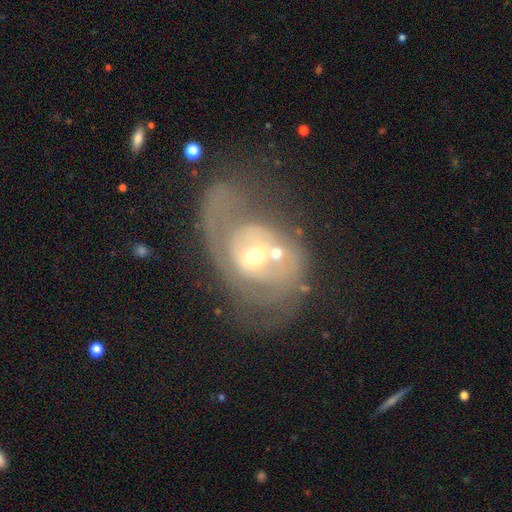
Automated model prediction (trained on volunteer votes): This appears to be a featured or disk galaxy (77%) with no bar (66%), 2 (41%) medium (39%) spiral arms (76%) and a moderate central bulge (53%). Merging: major disturbance (32%).